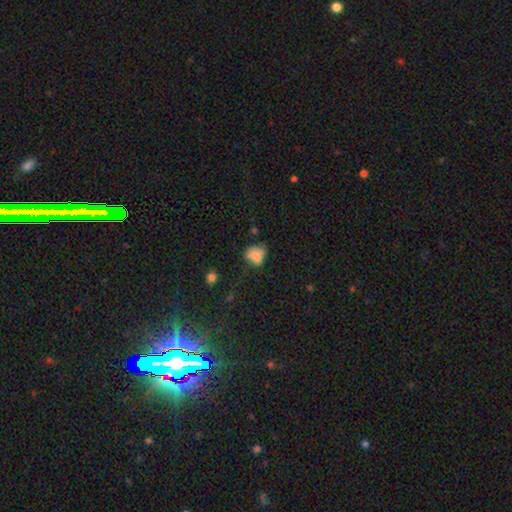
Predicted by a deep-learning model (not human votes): smooth 72%, featured or disk 15%, star or artifact 13%. Down the decision tree: how rounded — in between (61%); merging — none (38%).